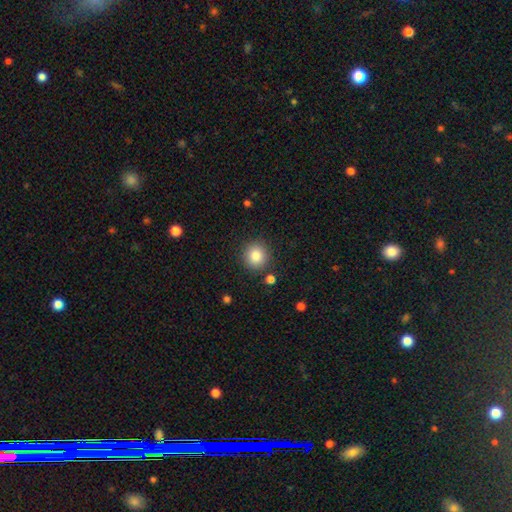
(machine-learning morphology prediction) A smooth galaxy with no disk features (85%) that is round (91%). Merging: none (88%).